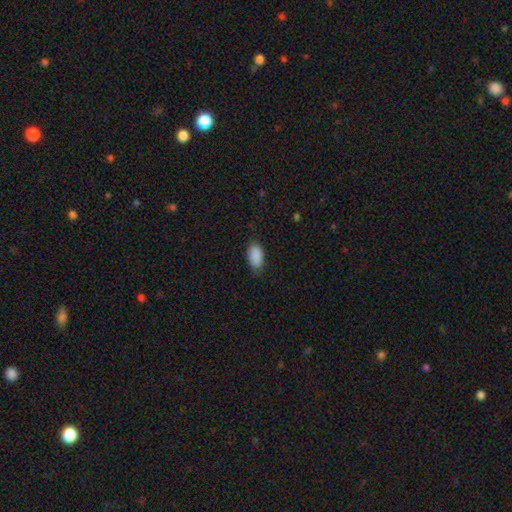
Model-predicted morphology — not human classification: This is clearly a smooth galaxy (90%). How rounded: clearly in between (93%). Merging: likely none (78%).